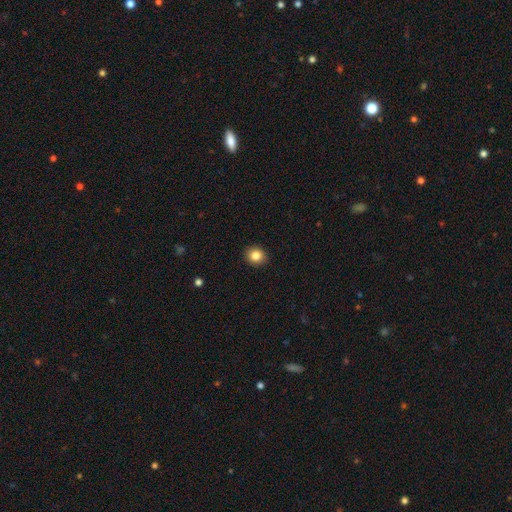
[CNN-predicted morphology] This appears to be a smooth galaxy with no disk features (84%) that is round (76%). Merging: none (91%).